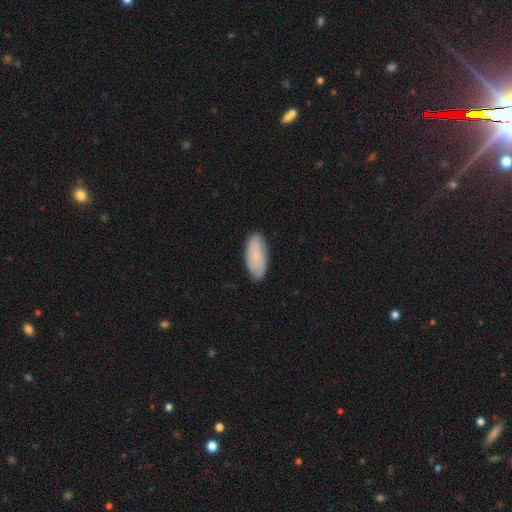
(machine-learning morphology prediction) A smooth galaxy with no disk features (79%) that is in between round and cigar-shaped (89%).

Vote fractions:
- Smooth or featured? smooth: 79% / featured or disk: 14% / star or artifact: 6%
- How rounded? in between: 89% / cigar-shaped: 9% / round: 2%
- Merging? none: 83% / minor disturbance: 14% / major disturbance: 2% / merger: 1%